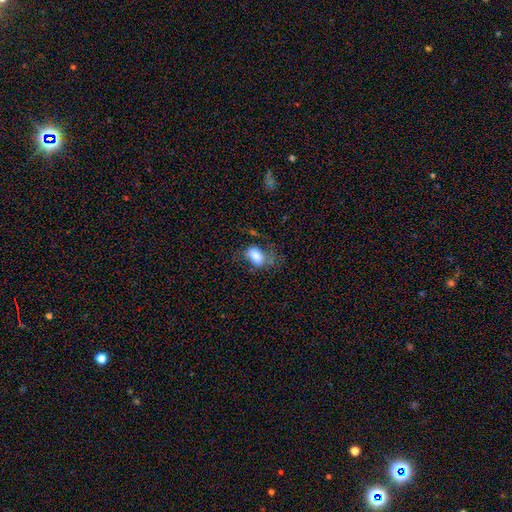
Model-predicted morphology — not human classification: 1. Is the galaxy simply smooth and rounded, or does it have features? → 74% smooth, 17% featured or disk, 9% star or artifact.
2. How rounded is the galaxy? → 86% in between, 12% round, 2% cigar-shaped.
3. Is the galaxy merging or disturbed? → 42% none, 28% major disturbance, 26% minor disturbance, 4% merger.